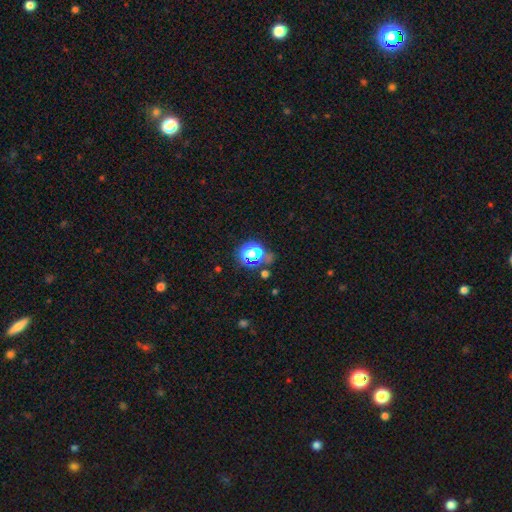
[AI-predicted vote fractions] Smooth or featured? star or artifact (63%)